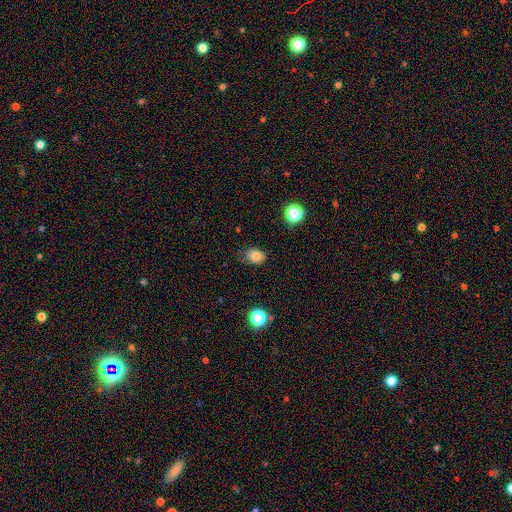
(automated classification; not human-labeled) Smooth or featured?
  - smooth: 79% *
  - star or artifact: 12%
  - featured or disk: 9%
How rounded?
  - in between: 68% *
  - round: 31%
  - cigar-shaped: 1%
Merging?
  - none: 70% *
  - minor disturbance: 24%
  - major disturbance: 5%
  - merger: 2%